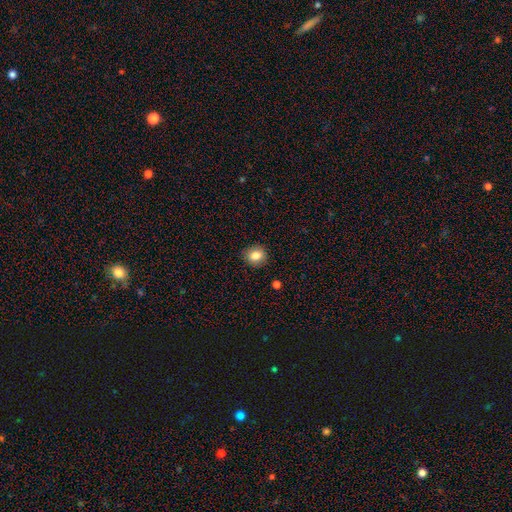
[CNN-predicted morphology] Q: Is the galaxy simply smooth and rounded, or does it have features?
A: smooth — 83%.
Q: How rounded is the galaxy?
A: round — 84%.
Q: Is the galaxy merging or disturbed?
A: none — 90%.